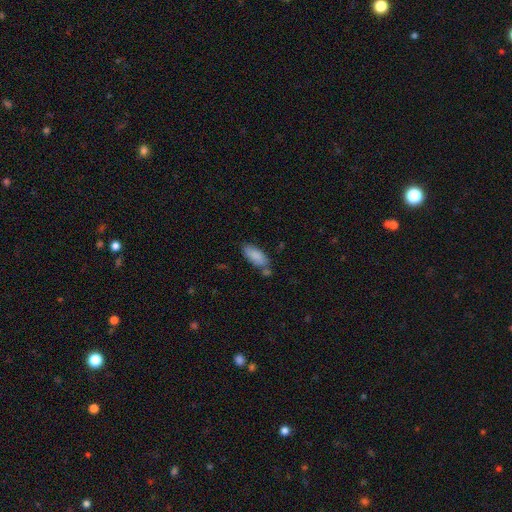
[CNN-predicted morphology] A smooth galaxy with no disk features (85%) that is in between round and cigar-shaped (84%). Merging: none (63%).